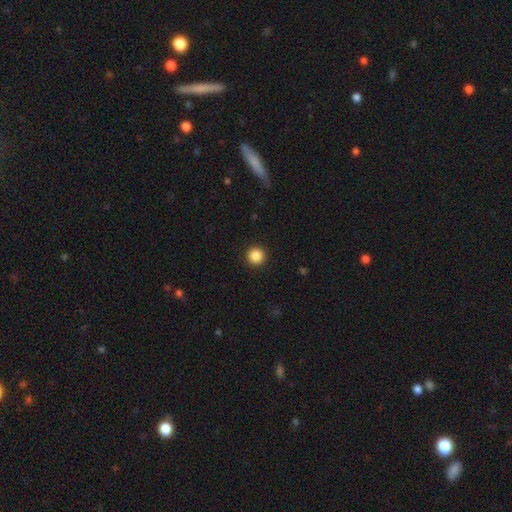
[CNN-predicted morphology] smooth 87%, star or artifact 10%, featured or disk 3%. Down the decision tree: how rounded — round (96%); merging — none (93%).